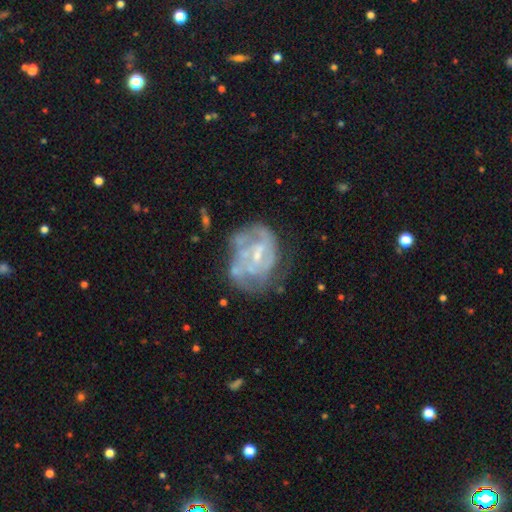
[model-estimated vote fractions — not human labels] The model was most divided on "spiral arms": yes: 56%, no: 44%. Remaining: edge-on disk — no (98%); smooth or featured — featured or disk (74%); bulge size — small (57%); bar — no (51%); merging — none (43%).